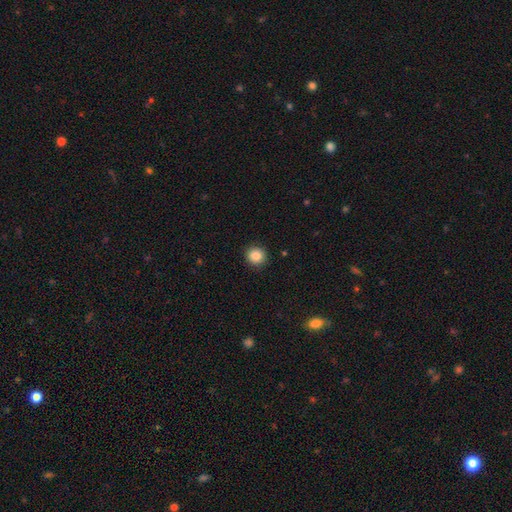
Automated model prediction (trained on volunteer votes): A smooth galaxy with no disk features (86%) that is round (92%). Merging: none (92%).